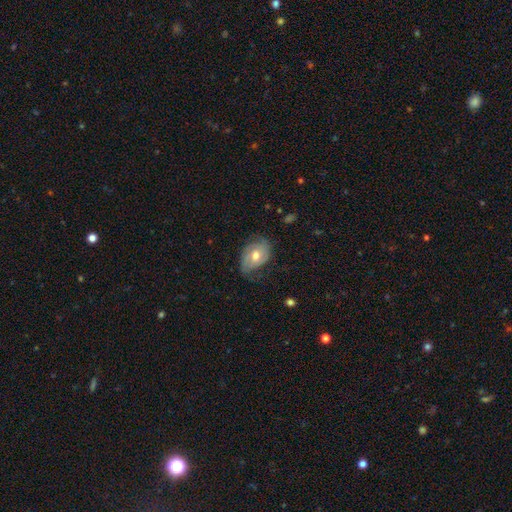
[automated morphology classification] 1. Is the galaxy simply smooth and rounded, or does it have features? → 53% featured or disk, 40% smooth, 7% star or artifact.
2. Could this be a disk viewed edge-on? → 94% no, 6% yes.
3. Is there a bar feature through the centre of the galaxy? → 60% no, 32% weak, 8% strong.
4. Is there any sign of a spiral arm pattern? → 76% yes, 24% no.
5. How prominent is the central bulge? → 73% moderate, 18% small, 6% large, 1% none, 1% dominant.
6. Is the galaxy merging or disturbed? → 56% none, 30% minor disturbance, 13% major disturbance, 1% merger.